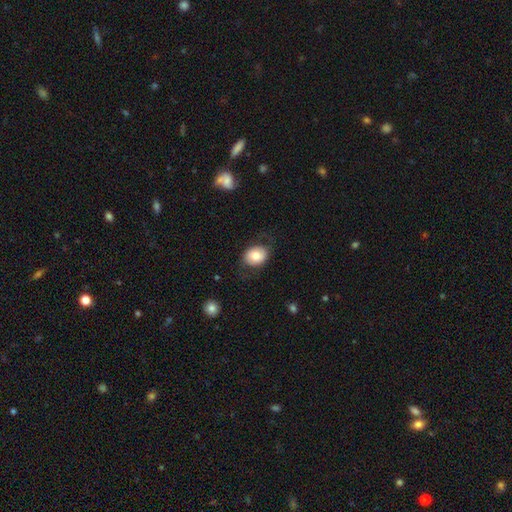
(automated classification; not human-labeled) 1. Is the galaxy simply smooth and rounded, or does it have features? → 74% smooth, 19% featured or disk, 7% star or artifact.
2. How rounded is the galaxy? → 60% in between, 39% round, 1% cigar-shaped.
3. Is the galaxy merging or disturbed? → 72% none, 17% minor disturbance, 9% major disturbance, 1% merger.